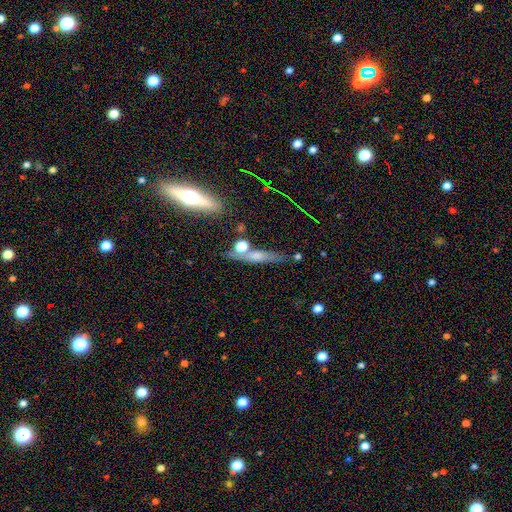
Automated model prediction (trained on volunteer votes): Smooth or featured: smooth — 43% (featured or disk — 41%)
Merging: none — 71% (minor disturbance — 14%)